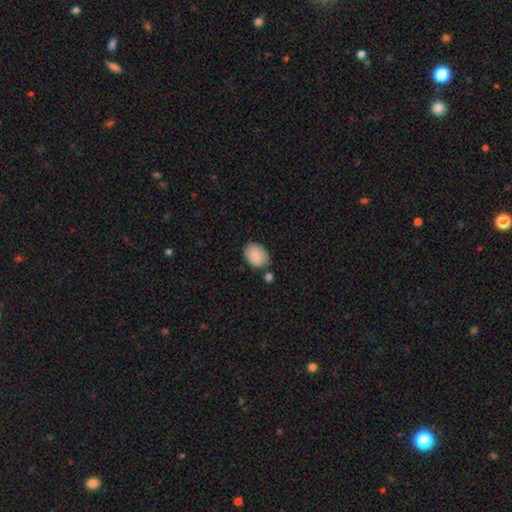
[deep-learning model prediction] Q: Smooth or featured?
A: smooth (88%); runner-up: star or artifact (7%)
Q: How rounded?
A: in between (83%); runner-up: round (16%)
Q: Merging?
A: none (68%); runner-up: minor disturbance (18%)